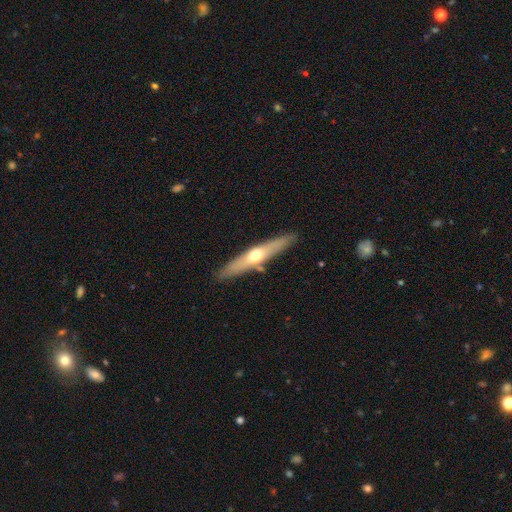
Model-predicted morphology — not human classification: type=featured or disk (56%); edge-on=yes (90%); edge-on bulge=rounded (88%); merging=none (86%).